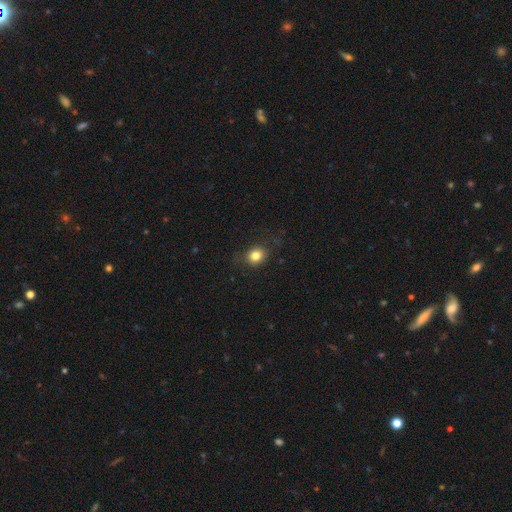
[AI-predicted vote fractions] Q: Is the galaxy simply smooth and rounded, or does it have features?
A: smooth — 82%.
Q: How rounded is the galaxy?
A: round — 72%.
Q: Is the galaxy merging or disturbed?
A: none — 81%.